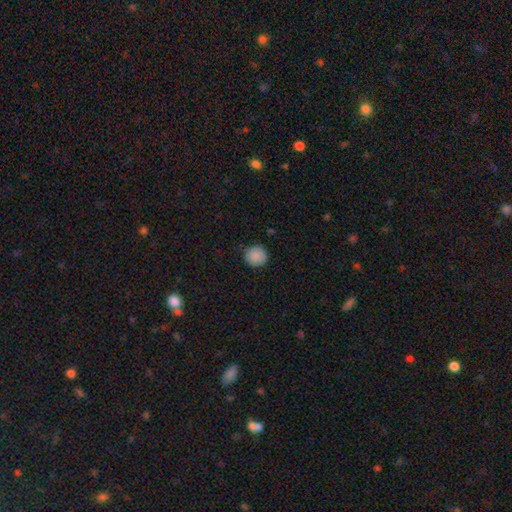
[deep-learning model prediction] Overall: smooth (88%). How rounded: round (91%). Merging: none (86%).